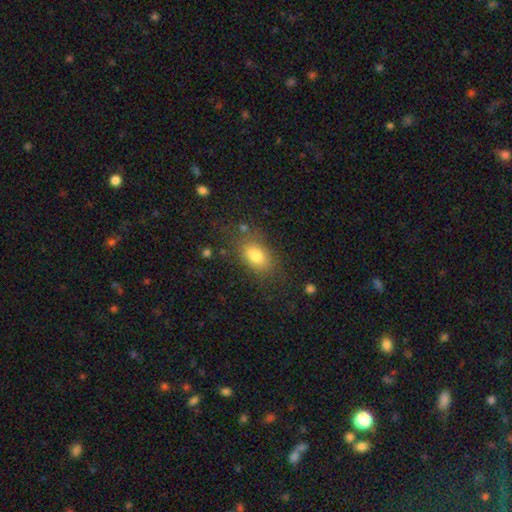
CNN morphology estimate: smooth 79%, featured or disk 11%, star or artifact 10%. Down the decision tree: how rounded — in between (84%); merging — none (75%).